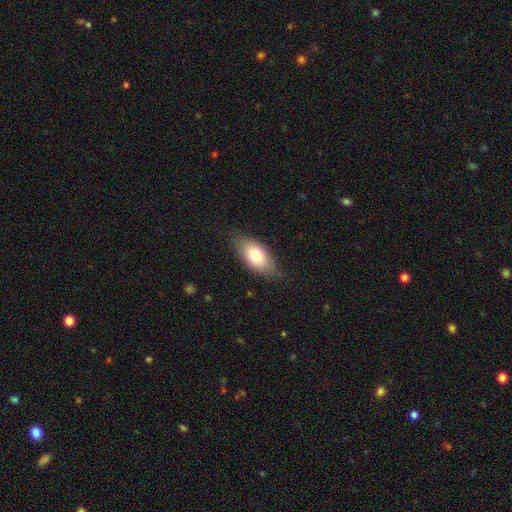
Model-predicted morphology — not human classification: Smooth or featured: smooth — 76% (featured or disk — 17%)
How rounded: in between — 90% (cigar-shaped — 7%)
Merging: none — 80% (minor disturbance — 16%)